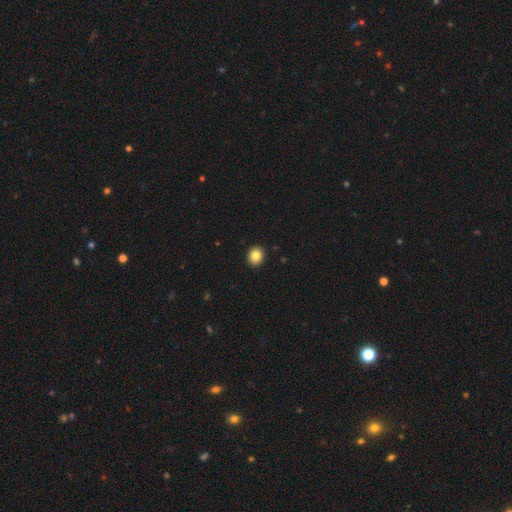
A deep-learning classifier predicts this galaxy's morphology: Smooth or featured? Predicted: smooth (p=0.84). How rounded? Predicted: round (p=0.80). Merging? Predicted: none (p=0.93).